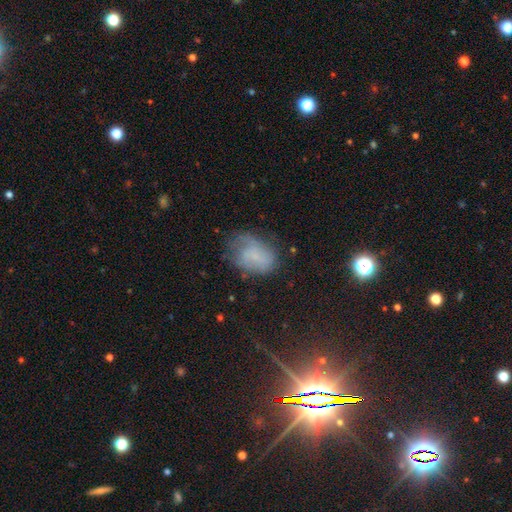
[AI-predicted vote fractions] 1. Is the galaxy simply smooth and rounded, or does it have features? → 49% smooth, 37% featured or disk, 14% star or artifact.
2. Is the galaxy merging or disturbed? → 45% none, 32% minor disturbance, 20% major disturbance, 3% merger.